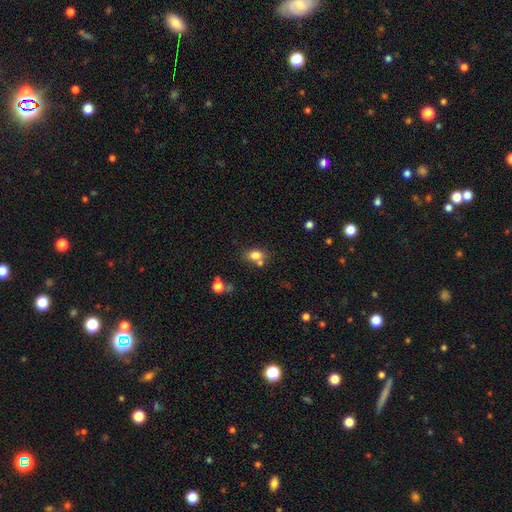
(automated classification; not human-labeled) smooth 79%, star or artifact 11%, featured or disk 10%. Down the decision tree: how rounded — in between (70%); merging — none (54%).